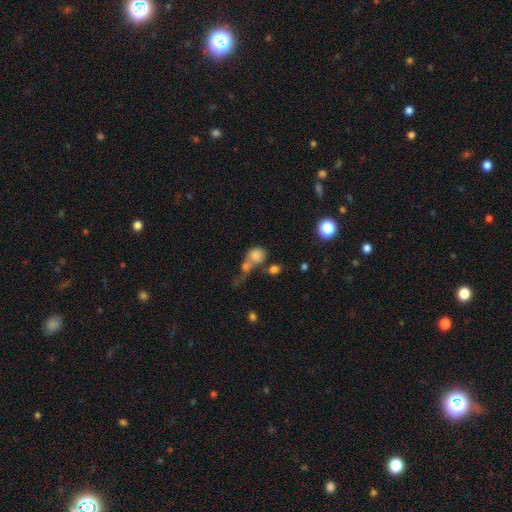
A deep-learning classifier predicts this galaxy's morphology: smooth-or-featured: smooth: 75% | featured or disk: 13% | star or artifact: 12%
  how-rounded: round: 65% | in between: 33% | cigar-shaped: 2%
  merging: merger: 55% | none: 25% | major disturbance: 11% | minor disturbance: 10%